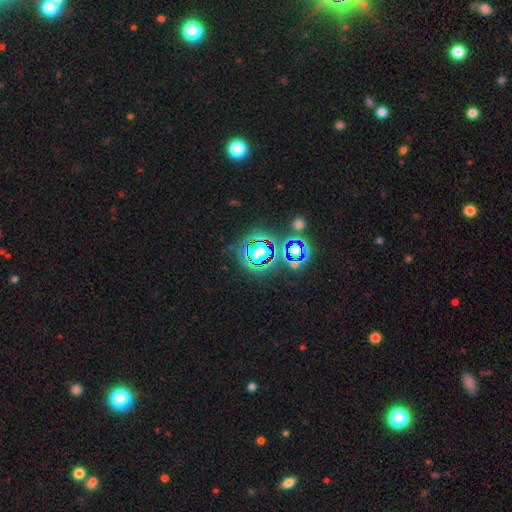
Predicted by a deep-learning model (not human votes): Smooth or featured: star or artifact — 66% (smooth — 21%)